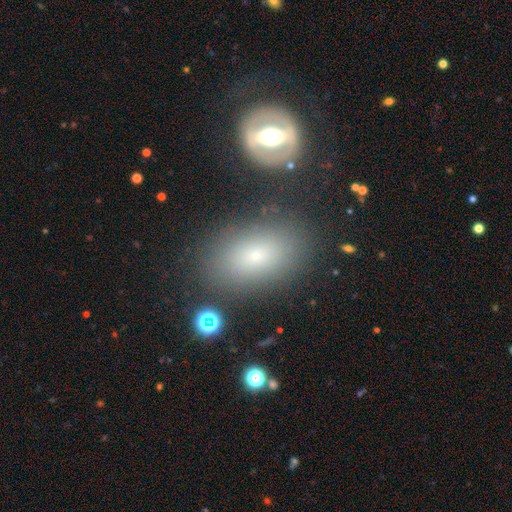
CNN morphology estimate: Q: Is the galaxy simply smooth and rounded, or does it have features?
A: smooth — 68%.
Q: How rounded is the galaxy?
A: in between — 84%.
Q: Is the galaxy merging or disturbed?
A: none — 78%.